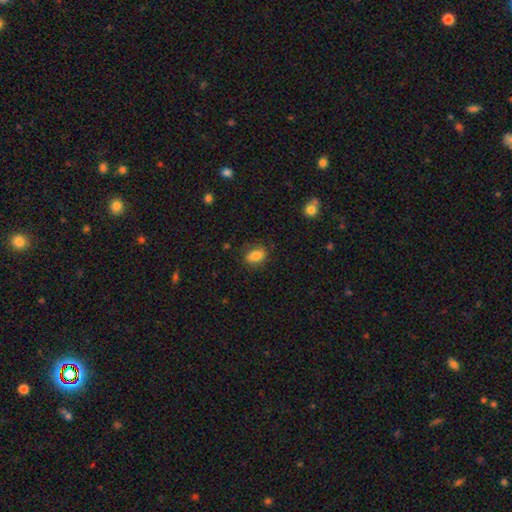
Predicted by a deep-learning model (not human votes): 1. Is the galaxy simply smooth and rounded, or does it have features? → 83% smooth, 9% star or artifact, 9% featured or disk.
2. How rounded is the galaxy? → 80% in between, 17% round, 3% cigar-shaped.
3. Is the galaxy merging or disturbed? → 82% none, 13% minor disturbance, 3% major disturbance, 1% merger.